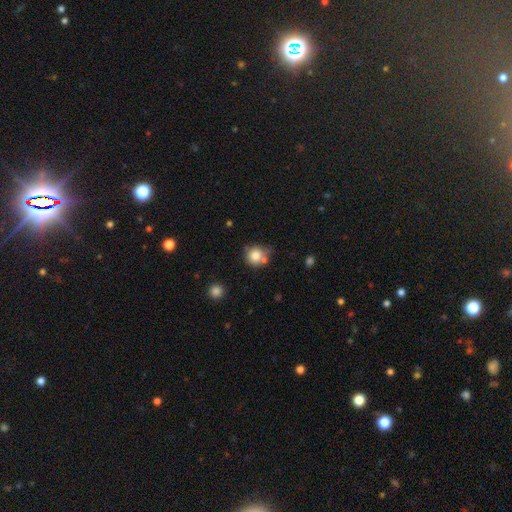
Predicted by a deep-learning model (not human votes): The model was most divided on "merging": none: 56%, merger: 21%, minor disturbance: 18%, major disturbance: 5%. More confident: how rounded — round (87%); smooth or featured — smooth (80%).